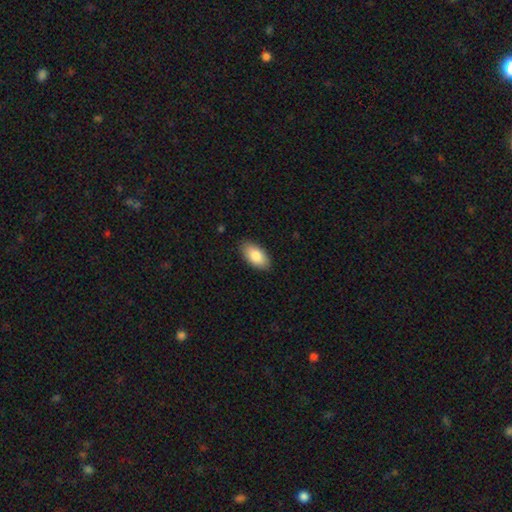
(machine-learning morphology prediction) A smooth galaxy with no disk features (84%) that is in between round and cigar-shaped (95%).

Vote fractions:
- Smooth or featured? smooth: 84% / featured or disk: 10% / star or artifact: 6%
- How rounded? in between: 95% / cigar-shaped: 3% / round: 3%
- Merging? none: 88% / minor disturbance: 10% / major disturbance: 2% / merger: 1%